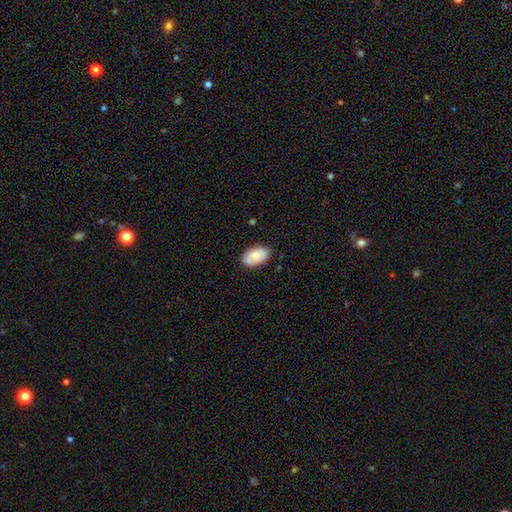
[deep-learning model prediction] Q: Smooth or featured?
A: smooth (71%); runner-up: featured or disk (23%)
Q: How rounded?
A: in between (93%); runner-up: round (6%)
Q: Merging?
A: none (84%); runner-up: minor disturbance (12%)